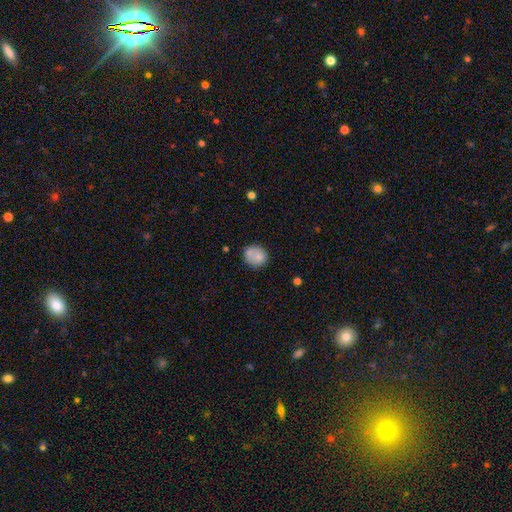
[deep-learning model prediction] Morphology: type=smooth (75%); roundness=round (77%); merging=none (61%).